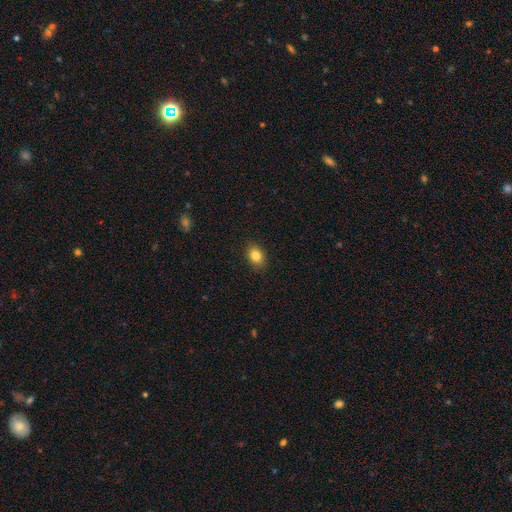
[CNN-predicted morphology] Smooth or featured? smooth (84%)
How rounded? in between (68%)
Merging? none (88%)